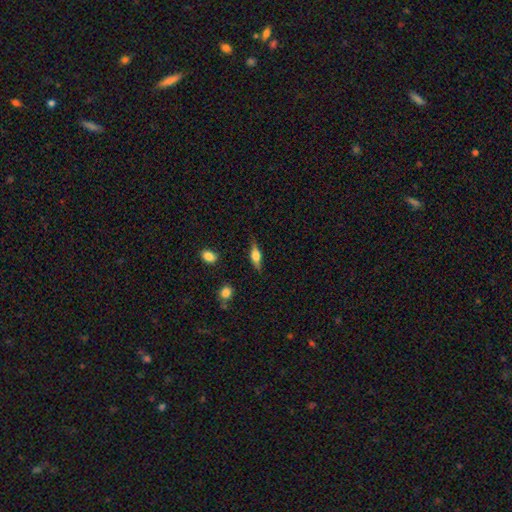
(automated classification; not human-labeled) Morphology: type=featured or disk (51%); edge-on=yes (92%); merging=none (79%).